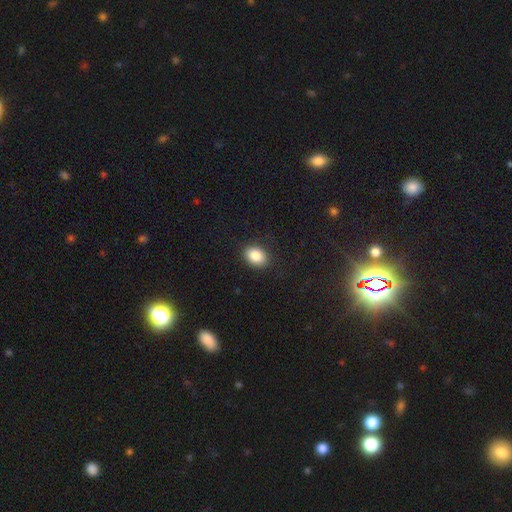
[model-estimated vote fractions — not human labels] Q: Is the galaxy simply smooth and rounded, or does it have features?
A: smooth — 86%.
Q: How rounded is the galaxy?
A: in between — 72%.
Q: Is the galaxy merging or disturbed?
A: none — 88%.